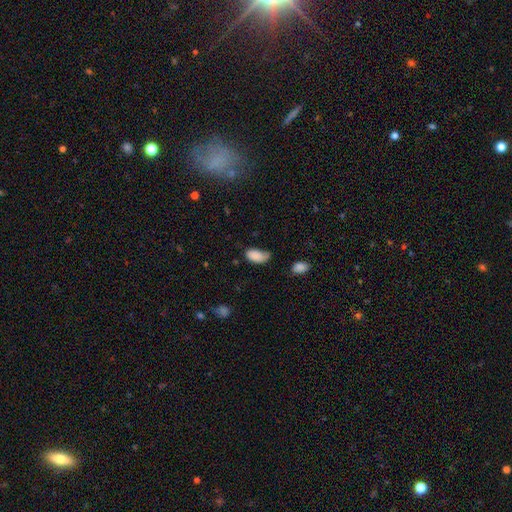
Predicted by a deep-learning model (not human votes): Smooth or featured: smooth — 85% (star or artifact — 8%)
How rounded: in between — 94% (round — 4%)
Merging: none — 43% (minor disturbance — 38%)